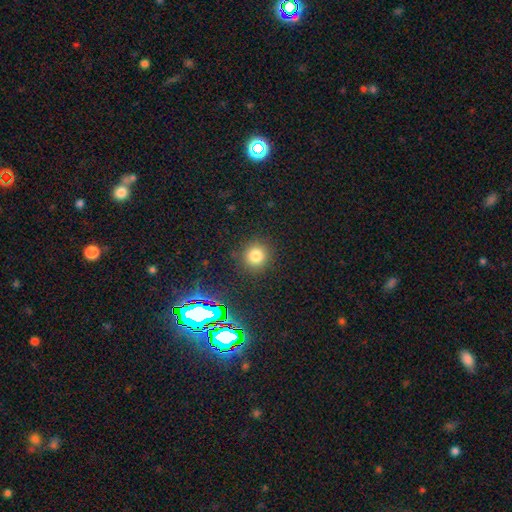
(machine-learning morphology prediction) smooth 76%, star or artifact 18%, featured or disk 6%. Down the decision tree: how rounded — round (91%); merging — none (88%).